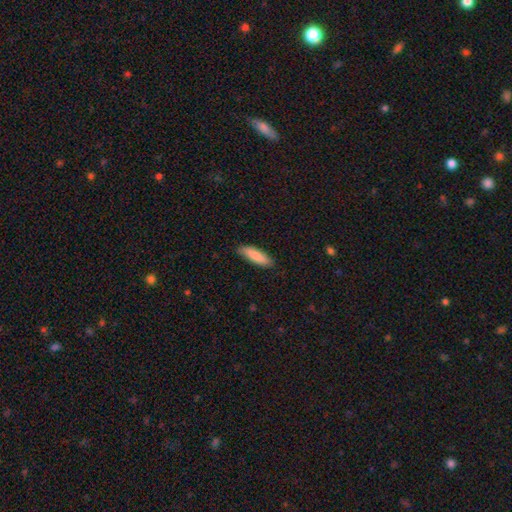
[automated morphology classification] smooth 87%, featured or disk 8%, star or artifact 5%. Down the decision tree: how rounded — cigar-shaped (60%); merging — none (86%).